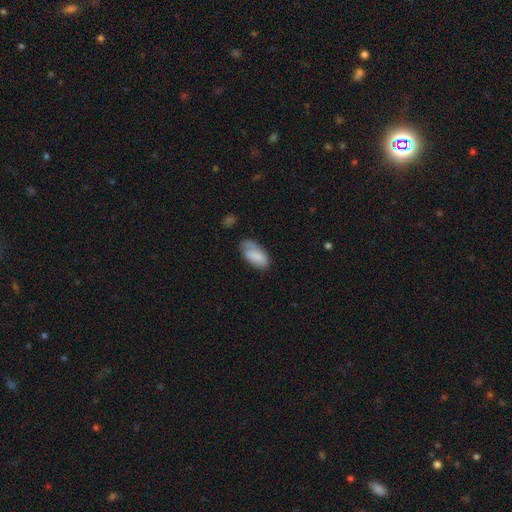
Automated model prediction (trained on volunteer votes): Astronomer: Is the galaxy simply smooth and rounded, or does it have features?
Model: smooth — 79%.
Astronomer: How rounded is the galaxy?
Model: in between — 93%.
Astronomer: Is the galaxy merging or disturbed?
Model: none — 51% (runner-up: minor disturbance, 32%).